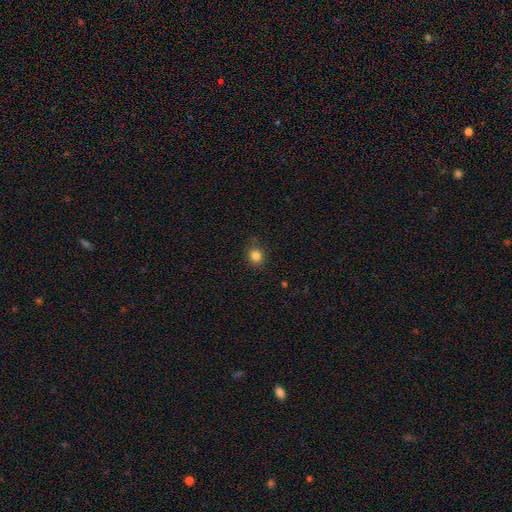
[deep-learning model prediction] smooth-or-featured: smooth: 84% | star or artifact: 12% | featured or disk: 5%
  how-rounded: round: 78% | in between: 21% | cigar-shaped: 1%
  merging: none: 84% | minor disturbance: 12% | major disturbance: 3% | merger: 1%